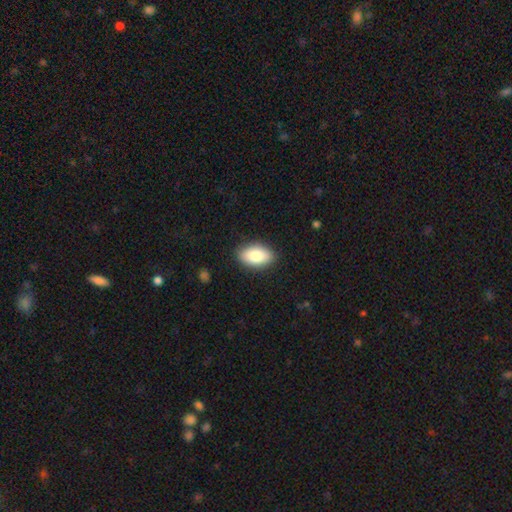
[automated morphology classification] A smooth galaxy with no disk features (84%) that is in between round and cigar-shaped (93%). Merging: none (88%).